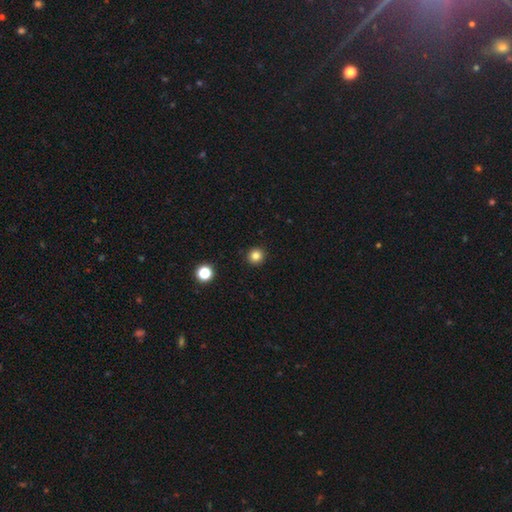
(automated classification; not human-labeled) Q: Smooth or featured?
A: smooth (82%); runner-up: star or artifact (13%)
Q: How rounded?
A: round (94%); runner-up: in between (5%)
Q: Merging?
A: none (92%); runner-up: minor disturbance (5%)